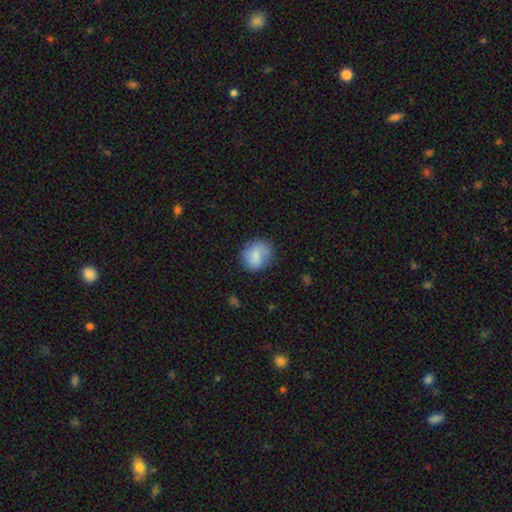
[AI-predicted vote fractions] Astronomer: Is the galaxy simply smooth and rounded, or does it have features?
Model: smooth — 78%.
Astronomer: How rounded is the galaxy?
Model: round — 70%.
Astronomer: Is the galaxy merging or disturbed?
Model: none — 74%.